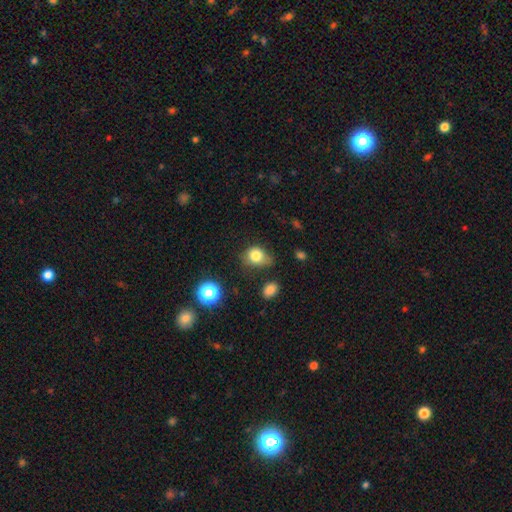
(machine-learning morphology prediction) smooth_or_featured: smooth (p=0.79) [alt: star or artifact p=0.12]
how_rounded: round (p=0.55) [alt: in between p=0.44]
merging: none (p=0.44) [alt: minor disturbance p=0.37]